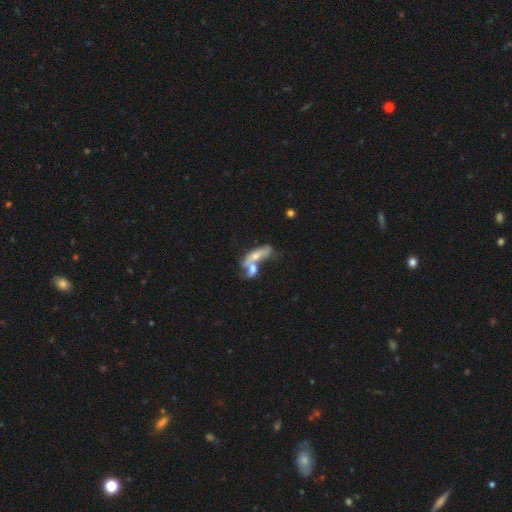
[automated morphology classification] The model was most divided on "smooth or featured": featured or disk: 47%, smooth: 45%, star or artifact: 9%. More confident: merging — merger (63%).